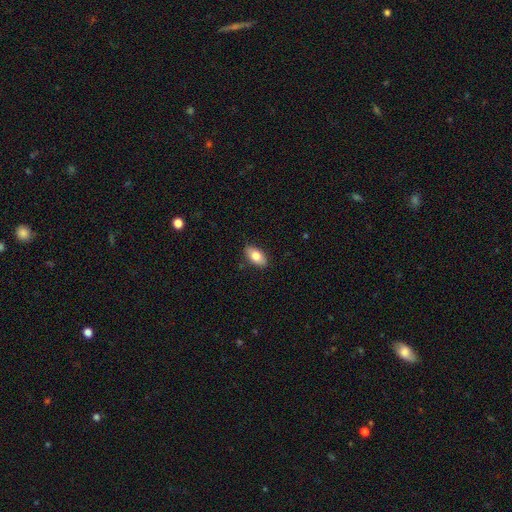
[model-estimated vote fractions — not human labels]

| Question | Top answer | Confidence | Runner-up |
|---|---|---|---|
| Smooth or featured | smooth | 79% | featured or disk (14%) |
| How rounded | in between | 92% | cigar-shaped (4%) |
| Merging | none | 86% | minor disturbance (10%) |